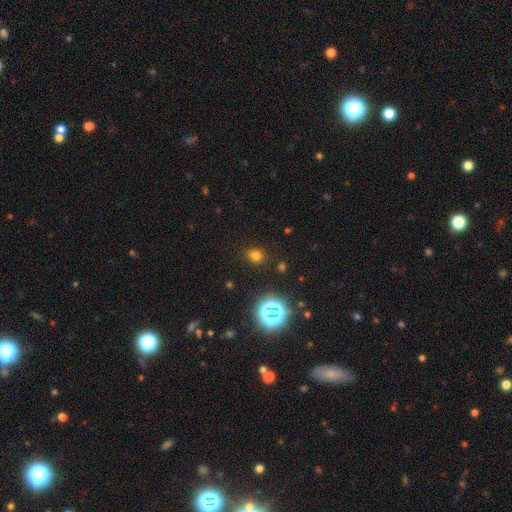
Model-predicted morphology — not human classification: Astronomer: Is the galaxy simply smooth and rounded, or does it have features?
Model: smooth — 69%.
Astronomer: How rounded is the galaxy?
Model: round — 68%.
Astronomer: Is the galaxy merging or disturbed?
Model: none — 86%.